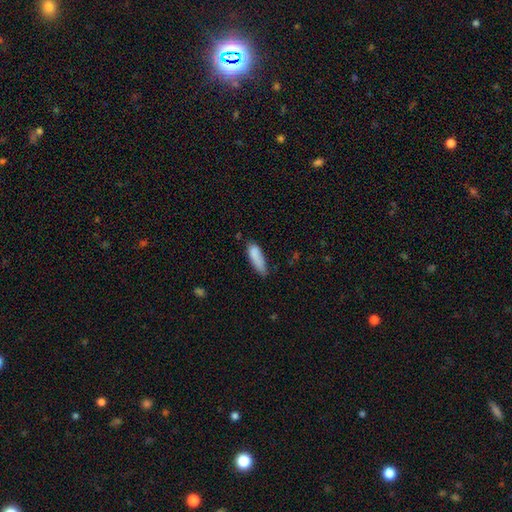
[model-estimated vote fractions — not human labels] Overall: smooth (84%). How rounded: in between (53%; cigar-shaped 45%). Merging: none (51%; minor disturbance 35%).